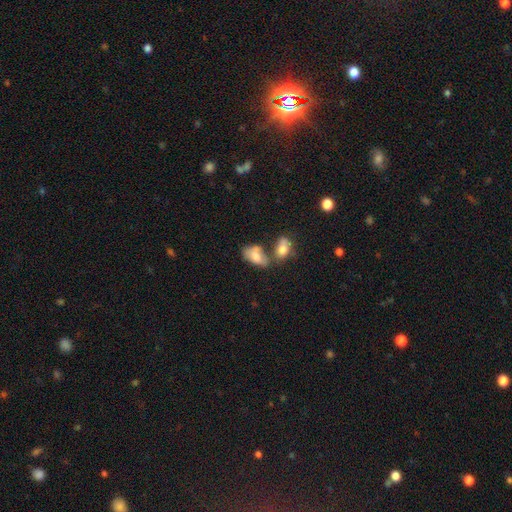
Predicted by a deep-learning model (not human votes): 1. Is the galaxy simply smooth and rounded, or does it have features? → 70% smooth, 21% featured or disk, 9% star or artifact.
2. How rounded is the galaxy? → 91% in between, 7% round, 2% cigar-shaped.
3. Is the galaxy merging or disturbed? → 45% merger, 29% none, 17% minor disturbance, 9% major disturbance.